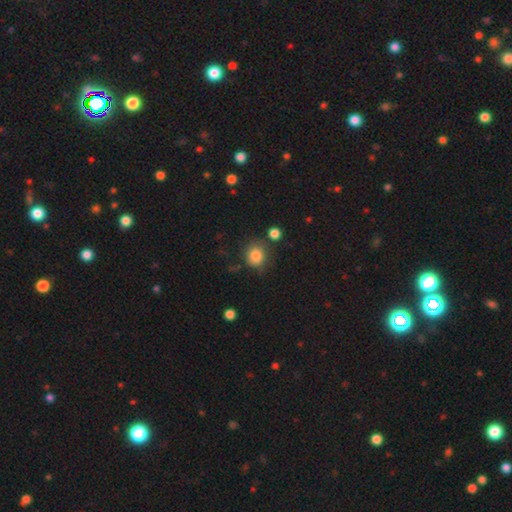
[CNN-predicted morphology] Q: Smooth or featured?
A: smooth (84%); runner-up: star or artifact (10%)
Q: How rounded?
A: round (77%); runner-up: in between (22%)
Q: Merging?
A: none (72%); runner-up: minor disturbance (16%)